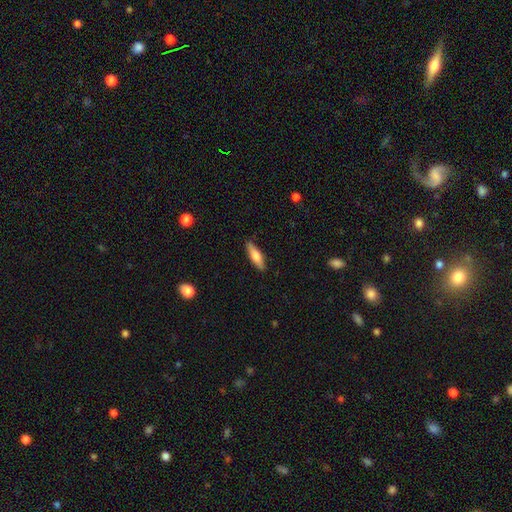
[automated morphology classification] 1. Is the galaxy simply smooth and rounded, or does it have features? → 64% smooth, 30% featured or disk, 6% star or artifact.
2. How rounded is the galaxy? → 59% cigar-shaped, 39% in between, 2% round.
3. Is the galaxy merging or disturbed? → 86% none, 11% minor disturbance, 2% major disturbance, 1% merger.